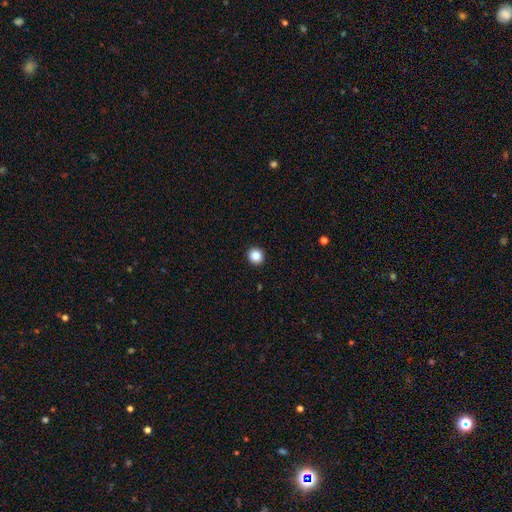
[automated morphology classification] smooth 86%, star or artifact 10%, featured or disk 4%. Down the decision tree: how rounded — round (93%); merging — none (94%).